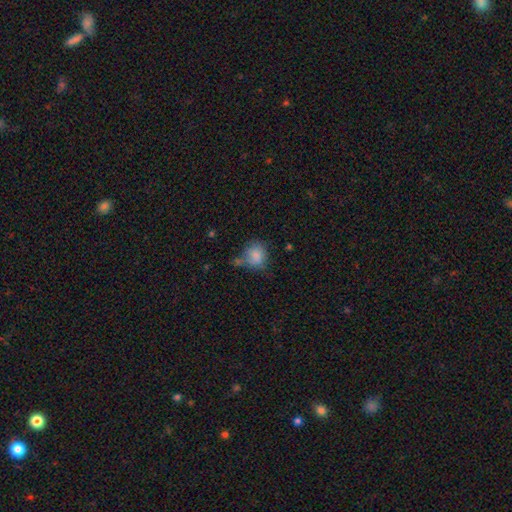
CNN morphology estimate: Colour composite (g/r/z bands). It shows a smooth galaxy with no disk features (81%) that is round (68%). Merging: none (48%).